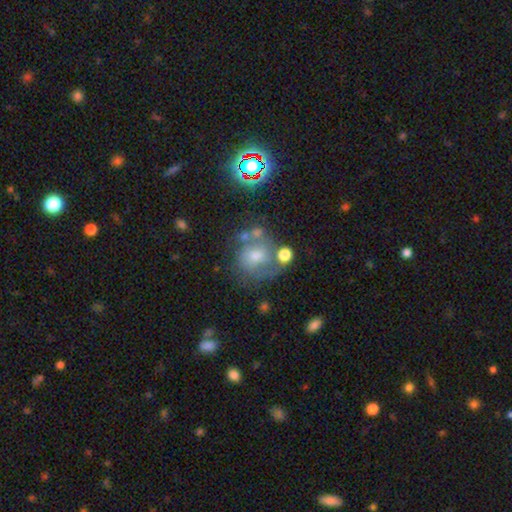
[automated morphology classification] A smooth galaxy with no disk features (47%).

Vote fractions:
- Smooth or featured? smooth: 47% / featured or disk: 33% / star or artifact: 20%
- Merging? none: 51% / minor disturbance: 19% / merger: 16% / major disturbance: 14%